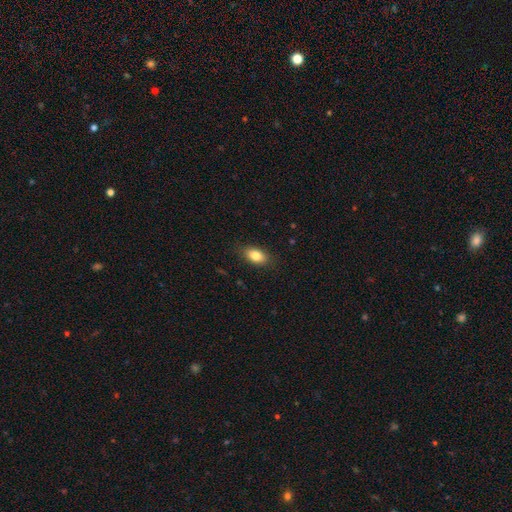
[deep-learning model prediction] Q: Smooth or featured?
A: smooth (84%); runner-up: featured or disk (8%)
Q: How rounded?
A: in between (88%); runner-up: round (9%)
Q: Merging?
A: none (85%); runner-up: minor disturbance (12%)